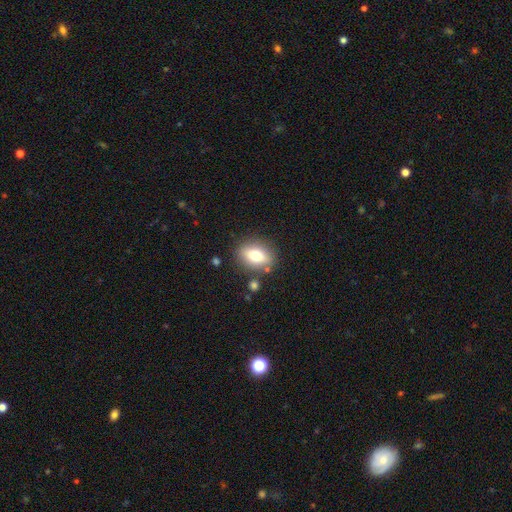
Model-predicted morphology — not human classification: Smooth or featured? smooth (73%)
How rounded? in between (73%)
Merging? none (82%)